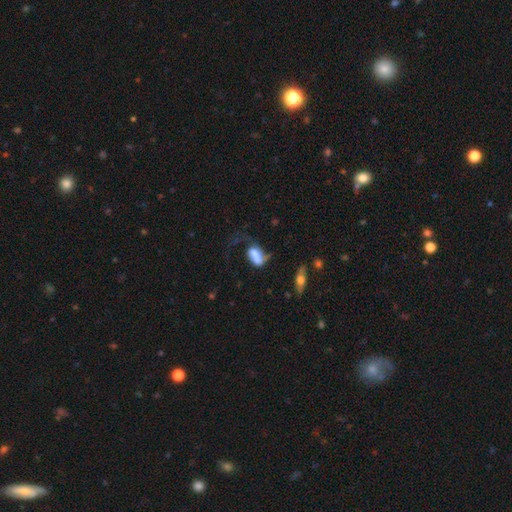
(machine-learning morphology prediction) type=smooth (66%); roundness=in between (87%); merging=major disturbance (49%).